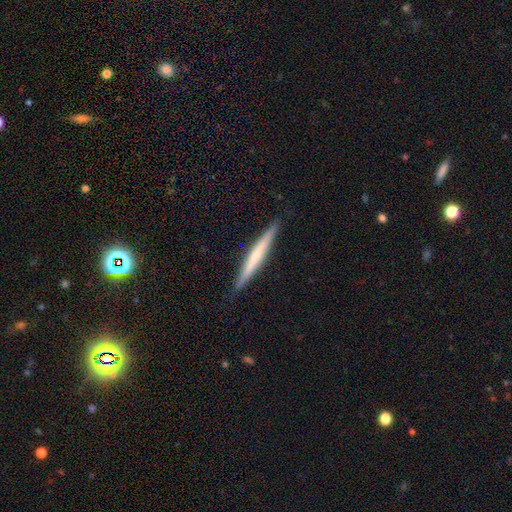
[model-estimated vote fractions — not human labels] This is possibly a smooth galaxy (49%). Merging: clearly none (89%).